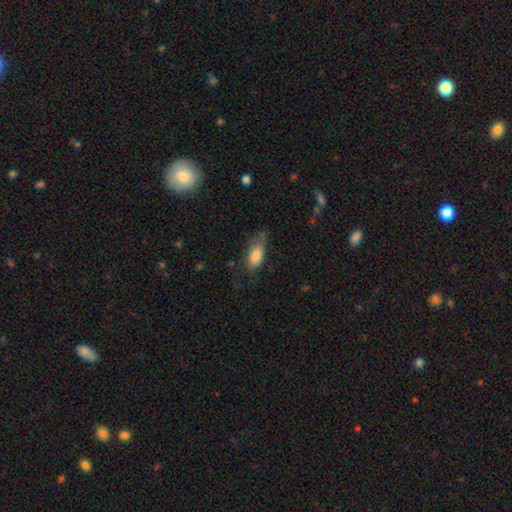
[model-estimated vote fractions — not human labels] Smooth or featured?
  - smooth: 80% *
  - featured or disk: 13%
  - star or artifact: 7%
How rounded?
  - in between: 87% *
  - cigar-shaped: 10%
  - round: 3%
Merging?
  - none: 53% *
  - minor disturbance: 31%
  - major disturbance: 14%
  - merger: 2%